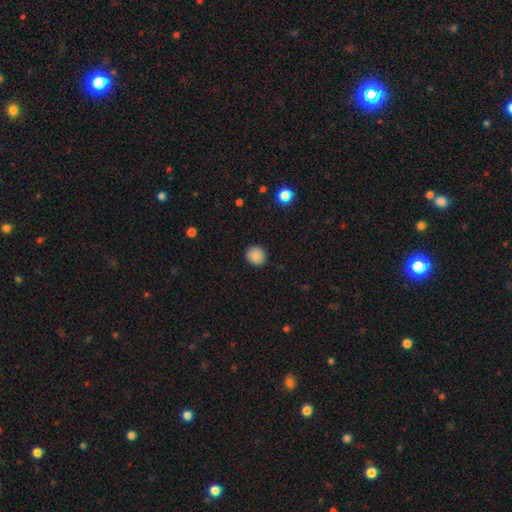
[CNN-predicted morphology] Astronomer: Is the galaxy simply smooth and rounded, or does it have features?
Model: smooth — 88%.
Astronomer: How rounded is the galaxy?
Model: round — 85%.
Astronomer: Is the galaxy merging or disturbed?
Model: none — 90%.